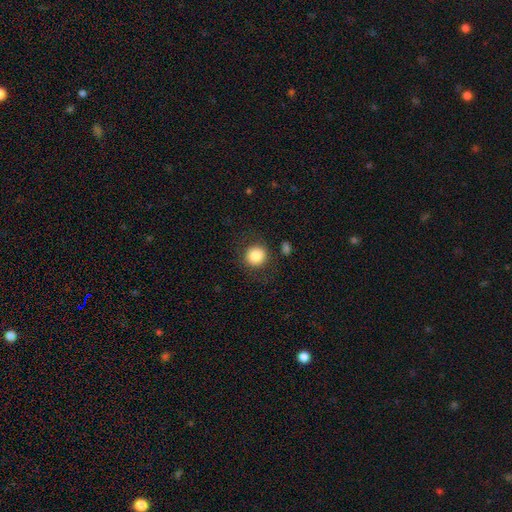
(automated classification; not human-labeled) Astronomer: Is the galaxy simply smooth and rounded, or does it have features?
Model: smooth — 83%.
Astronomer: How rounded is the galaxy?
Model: round — 92%.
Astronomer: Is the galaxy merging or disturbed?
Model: none — 84%.